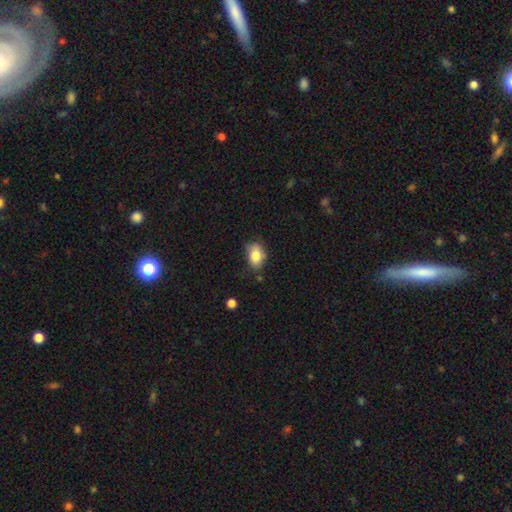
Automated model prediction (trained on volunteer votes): Smooth or featured?
  - smooth: 82% *
  - featured or disk: 10%
  - star or artifact: 9%
How rounded?
  - in between: 78% *
  - round: 21%
  - cigar-shaped: 1%
Merging?
  - none: 62% *
  - minor disturbance: 28%
  - major disturbance: 6%
  - merger: 3%